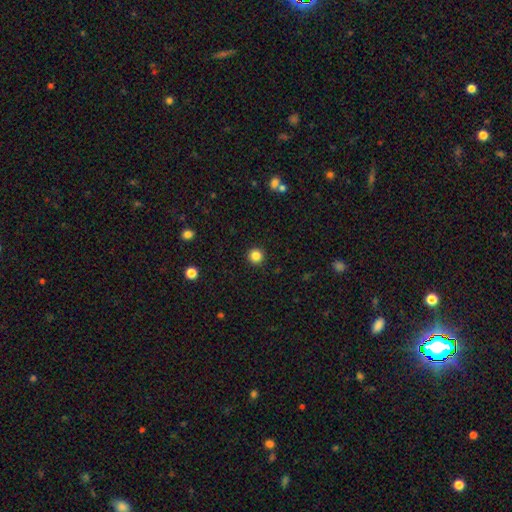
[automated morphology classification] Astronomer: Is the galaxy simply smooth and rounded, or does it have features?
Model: smooth — 85%.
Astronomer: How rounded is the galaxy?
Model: round — 96%.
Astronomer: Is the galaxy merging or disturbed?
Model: none — 93%.